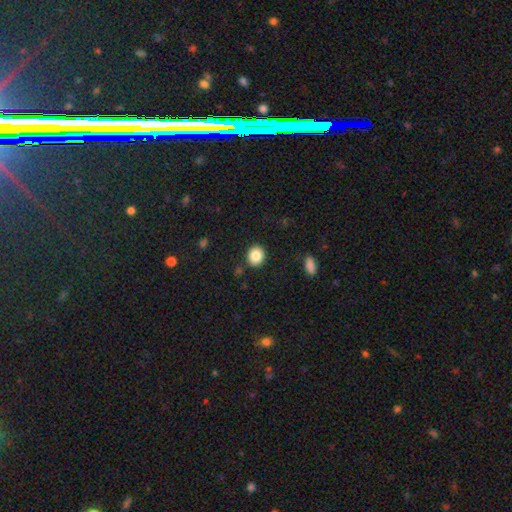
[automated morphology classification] smooth-or-featured: smooth: 85% | star or artifact: 9% | featured or disk: 5%
  how-rounded: round: 75% | in between: 24% | cigar-shaped: 1%
  merging: none: 89% | minor disturbance: 7% | major disturbance: 2% | merger: 2%